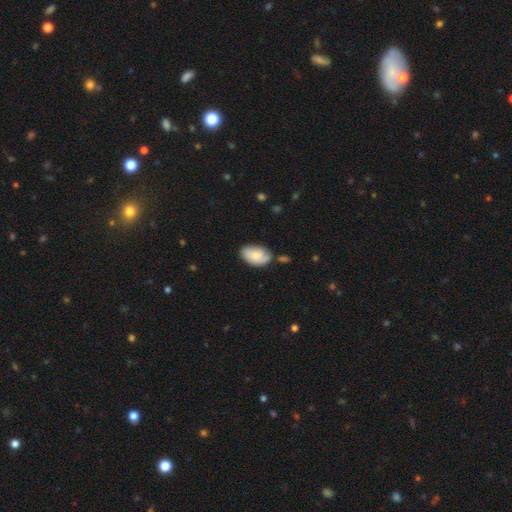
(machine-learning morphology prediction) type=smooth (68%); roundness=in between (90%); merging=none (61%).